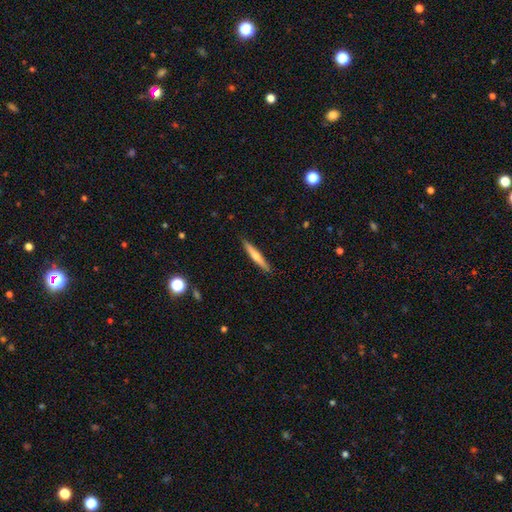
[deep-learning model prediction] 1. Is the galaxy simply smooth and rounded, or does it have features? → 48% featured or disk, 46% smooth, 6% star or artifact.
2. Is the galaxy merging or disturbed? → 91% none, 7% minor disturbance, 1% major disturbance, 1% merger.